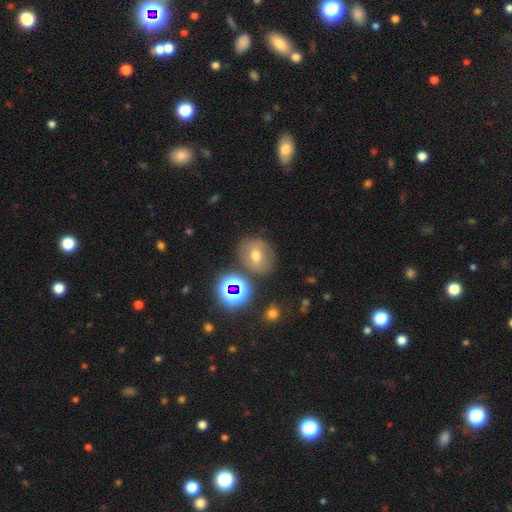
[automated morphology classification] Smooth or featured? Predicted: smooth (p=0.52). How rounded? Predicted: round (p=0.62). Merging? Predicted: none (p=0.73).